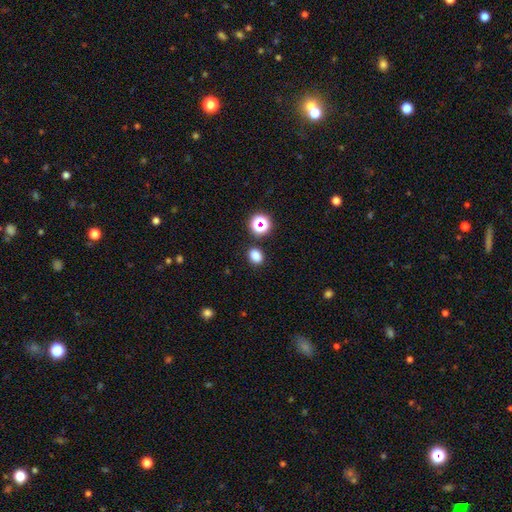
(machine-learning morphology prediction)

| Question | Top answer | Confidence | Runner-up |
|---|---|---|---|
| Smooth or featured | smooth | 80% | star or artifact (15%) |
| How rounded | in between | 58% | round (41%) |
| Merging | none | 85% | minor disturbance (9%) |